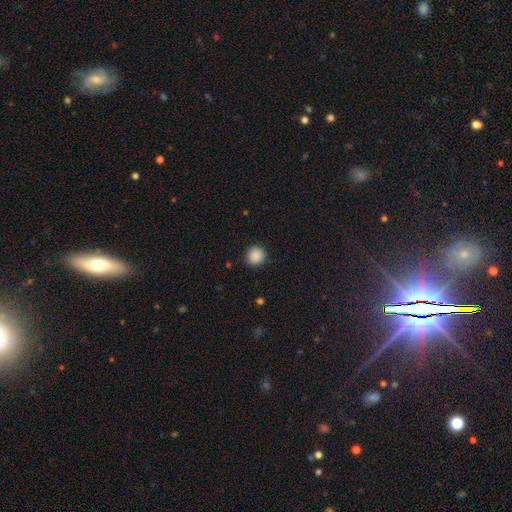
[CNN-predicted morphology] Overall: smooth (89%). How rounded: round (93%). Merging: none (90%).